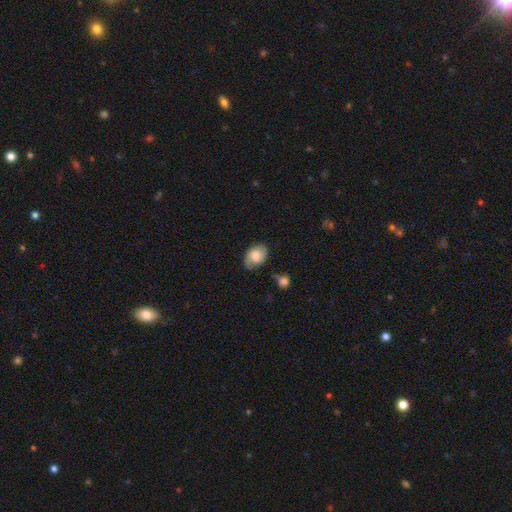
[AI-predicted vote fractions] Q: Smooth or featured?
A: featured or disk (50%); runner-up: smooth (42%)
Q: Merging?
A: none (69%); runner-up: minor disturbance (21%)